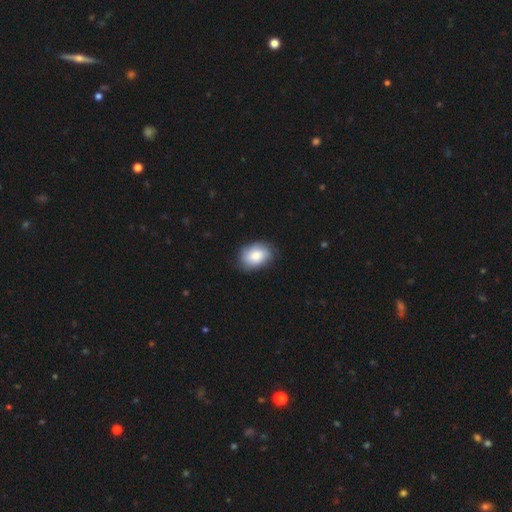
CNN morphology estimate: Smooth or featured?
  - smooth: 79% *
  - featured or disk: 14%
  - star or artifact: 7%
How rounded?
  - in between: 77% *
  - round: 22%
  - cigar-shaped: 1%
Merging?
  - none: 76% *
  - minor disturbance: 18%
  - major disturbance: 4%
  - merger: 1%